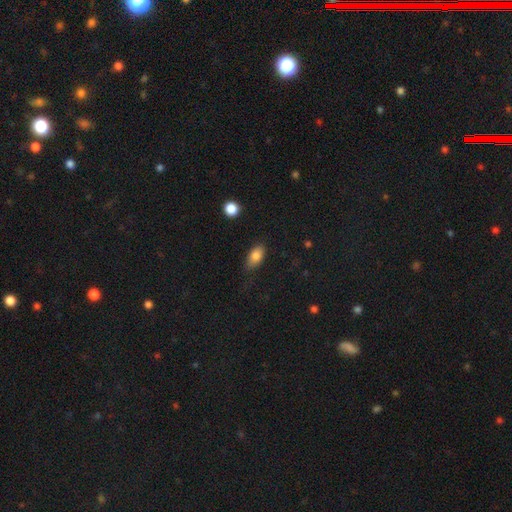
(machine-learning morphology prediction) Smooth or featured? smooth (82%)
How rounded? in between (89%)
Merging? none (74%)